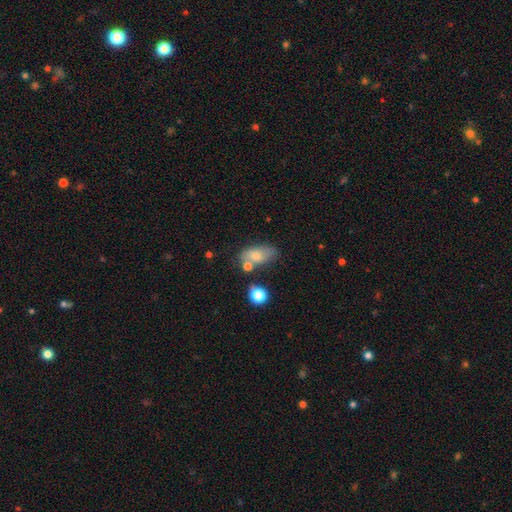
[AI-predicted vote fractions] Smooth or featured: smooth — 74% (featured or disk — 17%)
How rounded: in between — 87% (round — 9%)
Merging: none — 51% (minor disturbance — 22%)